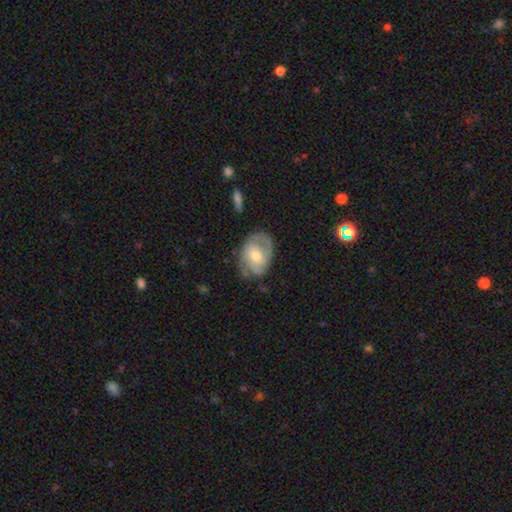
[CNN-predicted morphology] smooth_or_featured: featured or disk (p=0.65) [alt: smooth p=0.29]
disk_edge_on: no (p=0.96) [alt: yes p=0.04]
bar: no (p=0.63) [alt: weak p=0.30]
has_spiral_arms: yes (p=0.83) [alt: no p=0.17]
spiral_winding: tight (p=0.42) [alt: medium p=0.40]
spiral_arm_count: 2 (p=0.48) [alt: can't tell p=0.26]
bulge_size: moderate (p=0.65) [alt: small p=0.28]
merging: none (p=0.63) [alt: minor disturbance p=0.25]